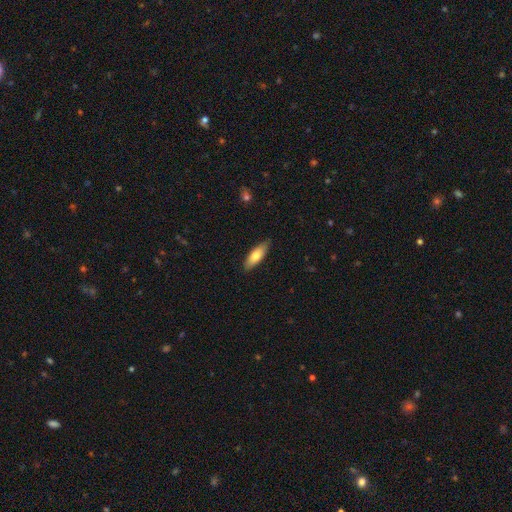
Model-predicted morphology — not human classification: Q: Smooth or featured?
A: smooth (74%); runner-up: featured or disk (20%)
Q: How rounded?
A: in between (62%); runner-up: cigar-shaped (36%)
Q: Merging?
A: none (85%); runner-up: minor disturbance (12%)